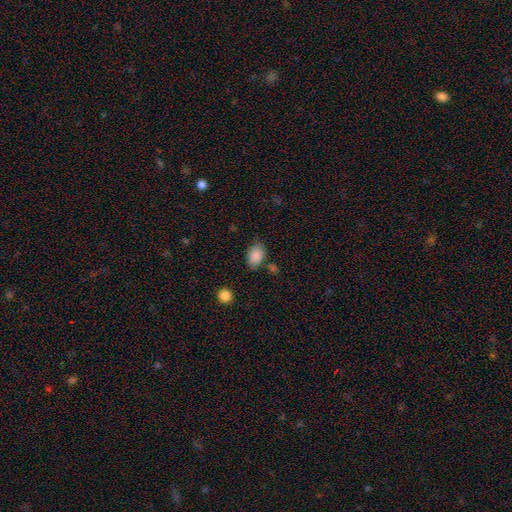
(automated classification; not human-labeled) smooth_or_featured: smooth (p=0.88) [alt: star or artifact p=0.08]
how_rounded: in between (p=0.84) [alt: round p=0.15]
merging: none (p=0.72) [alt: minor disturbance p=0.17]